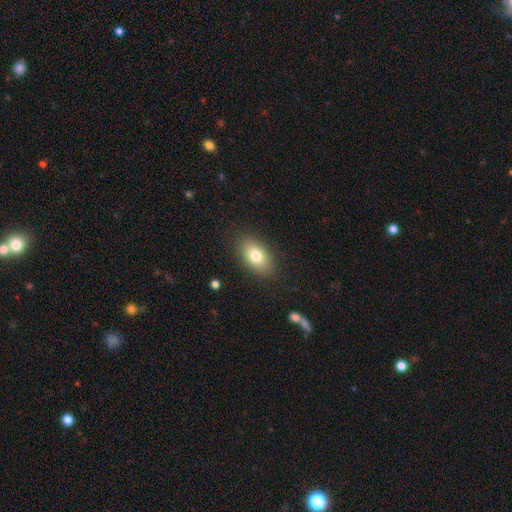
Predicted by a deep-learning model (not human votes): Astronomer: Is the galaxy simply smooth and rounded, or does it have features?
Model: smooth — 79%.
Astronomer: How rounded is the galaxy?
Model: in between — 90%.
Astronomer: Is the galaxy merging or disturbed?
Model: none — 86%.